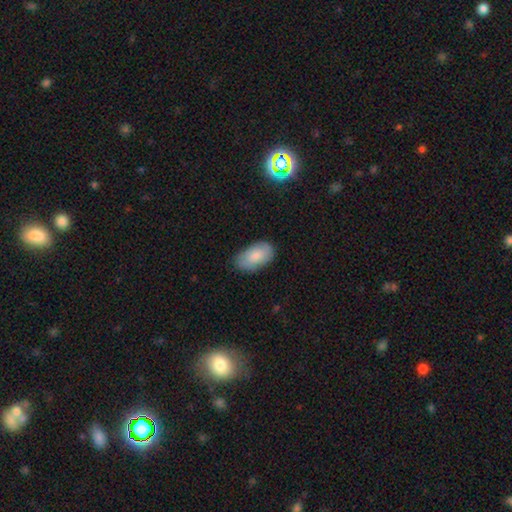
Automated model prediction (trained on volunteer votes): This is clearly a smooth galaxy (81%). How rounded: clearly in between (95%). Merging: likely none (75%).